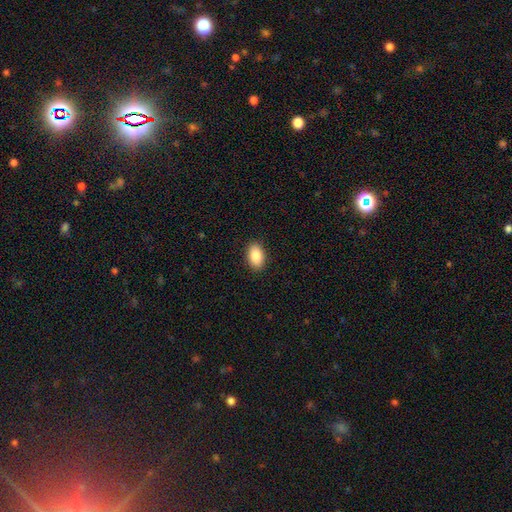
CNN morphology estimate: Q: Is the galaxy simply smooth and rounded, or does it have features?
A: smooth — 88%.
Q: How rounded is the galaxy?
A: in between — 91%.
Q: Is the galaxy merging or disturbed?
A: none — 90%.